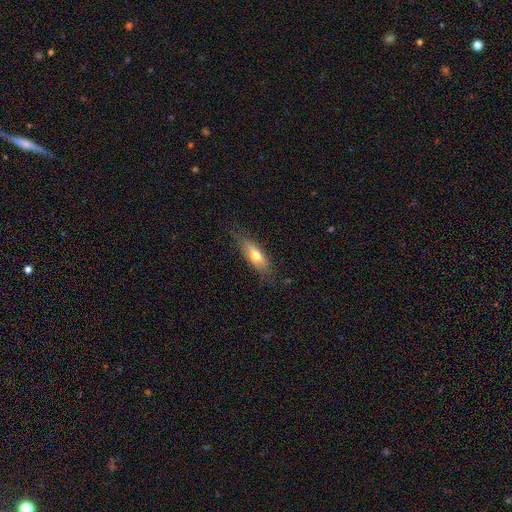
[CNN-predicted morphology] The model was most divided on "how rounded": in between: 58%, cigar-shaped: 40%, round: 3%. More confident: merging — none (74%); smooth or featured — smooth (62%).